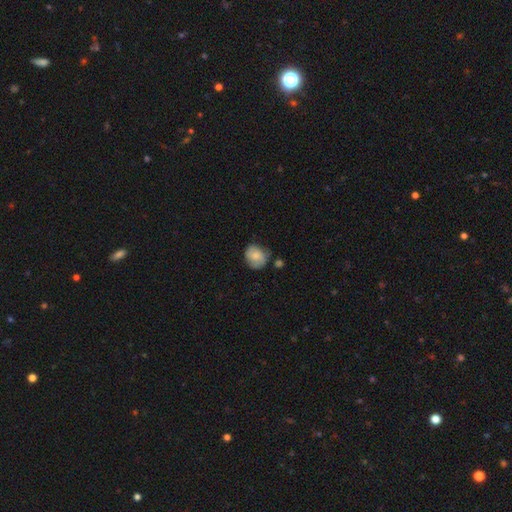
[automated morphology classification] Smooth or featured: smooth — 67% (featured or disk — 25%)
How rounded: round — 64% (in between — 35%)
Merging: none — 56% (minor disturbance — 31%)